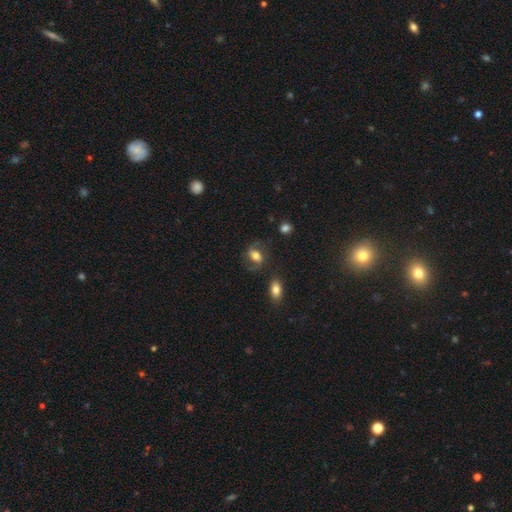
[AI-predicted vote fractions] featured or disk 50%, smooth 41%, star or artifact 9%. Down the decision tree: edge-on disk — no (95%); merging — none (68%).